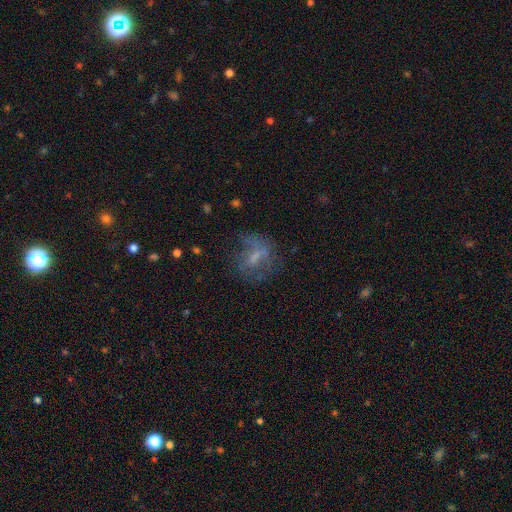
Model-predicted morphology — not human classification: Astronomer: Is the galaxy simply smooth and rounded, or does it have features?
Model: featured or disk — 44% (runner-up: smooth, 42%).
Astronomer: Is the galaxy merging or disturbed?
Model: none — 54%.